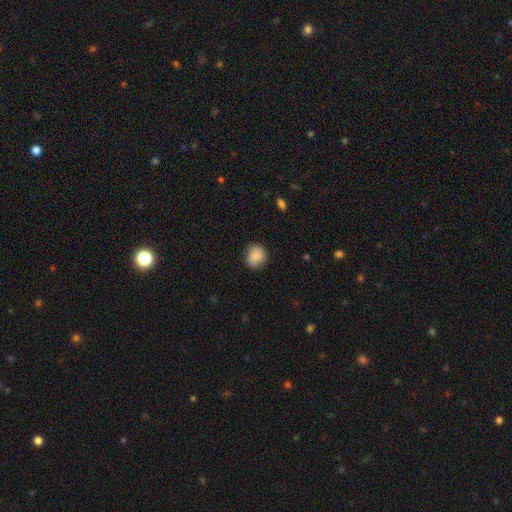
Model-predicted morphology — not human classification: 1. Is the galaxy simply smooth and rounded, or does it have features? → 85% smooth, 8% star or artifact, 7% featured or disk.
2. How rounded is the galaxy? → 79% round, 20% in between, 1% cigar-shaped.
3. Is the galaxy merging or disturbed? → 81% none, 14% minor disturbance, 4% major disturbance, 1% merger.